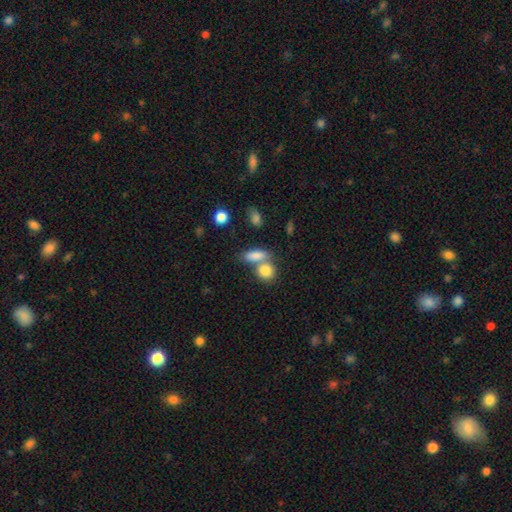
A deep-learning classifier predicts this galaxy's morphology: Smooth or featured?
  - smooth: 83% *
  - featured or disk: 9%
  - star or artifact: 8%
How rounded?
  - in between: 69% *
  - round: 19%
  - cigar-shaped: 12%
Merging?
  - merger: 46% *
  - none: 40%
  - minor disturbance: 10%
  - major disturbance: 5%